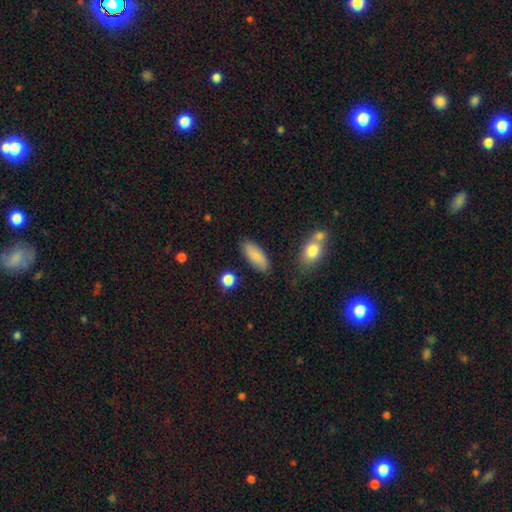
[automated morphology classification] The model was most divided on "how rounded": in between: 77%, cigar-shaped: 21%, round: 3%. More confident: merging — none (82%); smooth or featured — smooth (79%).